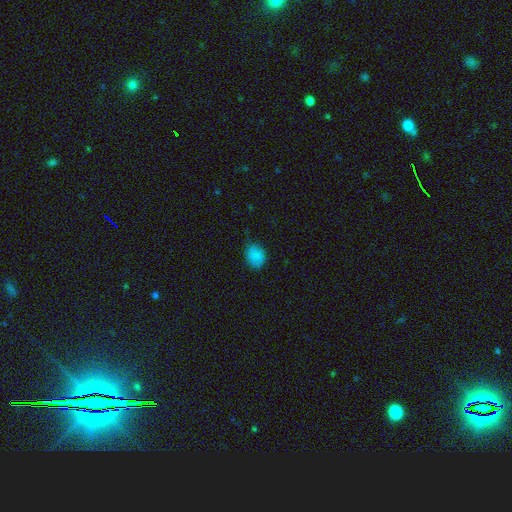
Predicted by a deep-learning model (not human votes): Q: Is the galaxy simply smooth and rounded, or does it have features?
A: smooth — 85%.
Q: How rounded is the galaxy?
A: round — 52%.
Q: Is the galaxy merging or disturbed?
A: none — 65%.